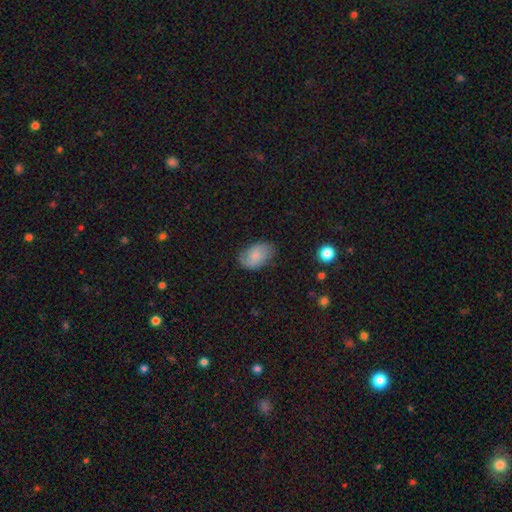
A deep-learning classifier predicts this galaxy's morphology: Q: Smooth or featured?
A: smooth (63%); runner-up: featured or disk (29%)
Q: How rounded?
A: in between (88%); runner-up: round (11%)
Q: Merging?
A: none (69%); runner-up: minor disturbance (23%)